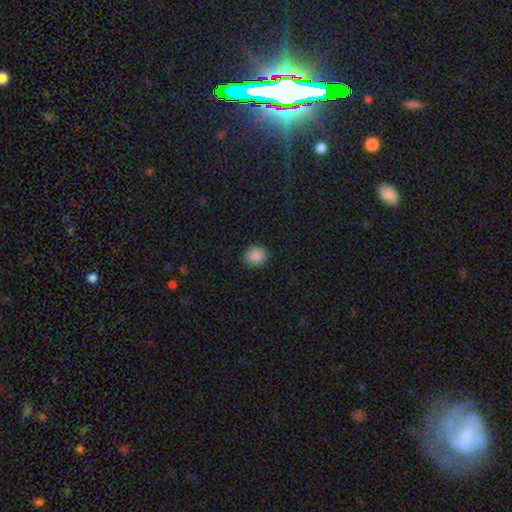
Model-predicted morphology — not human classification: The model was most divided on "how rounded": round: 84%, in between: 15%, cigar-shaped: 1%. More confident: smooth or featured — smooth (88%); merging — none (87%).